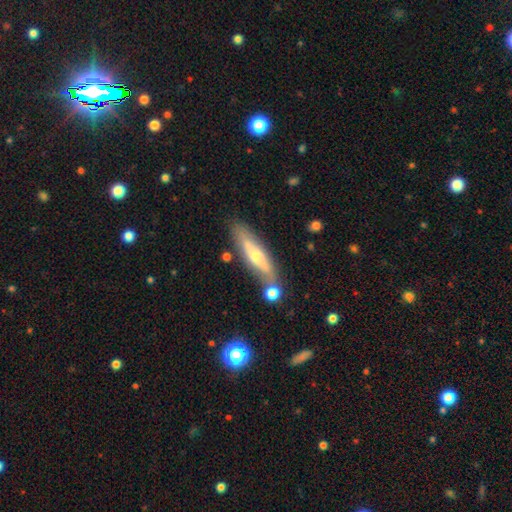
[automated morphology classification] Smooth or featured? Predicted: featured or disk (p=0.51). Edge-on disk? Predicted: yes (p=0.60). Merging? Predicted: none (p=0.68).